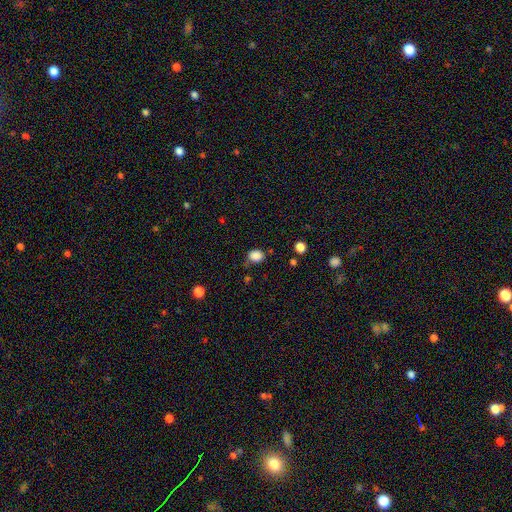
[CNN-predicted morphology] This is clearly a smooth galaxy (86%). How rounded: possibly in between (50%). Merging: likely none (72%).